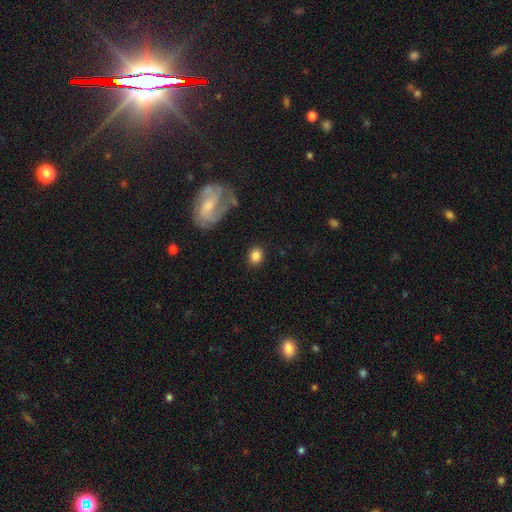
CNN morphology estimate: The model was most divided on "how rounded": round: 67%, in between: 31%, cigar-shaped: 1%. More confident: merging — none (85%); smooth or featured — smooth (83%).